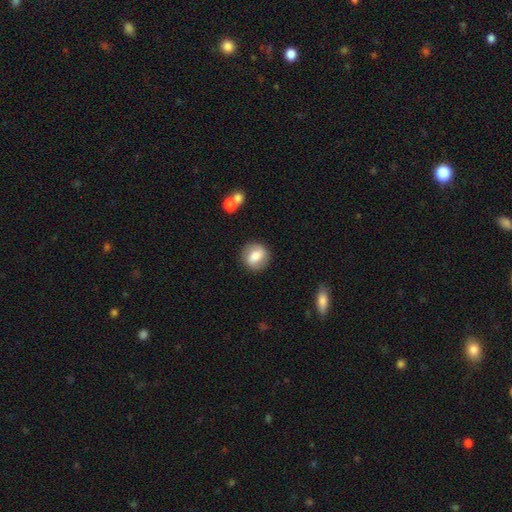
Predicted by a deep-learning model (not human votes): This appears to be a smooth galaxy with no disk features (70%) that is round (72%). Merging: none (85%).